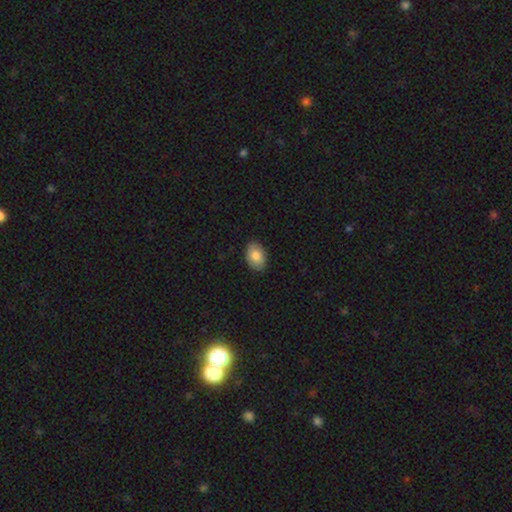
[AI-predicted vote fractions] smooth_or_featured: smooth (p=0.83) [alt: featured or disk p=0.10]
how_rounded: in between (p=0.86) [alt: round p=0.12]
merging: none (p=0.88) [alt: minor disturbance p=0.09]